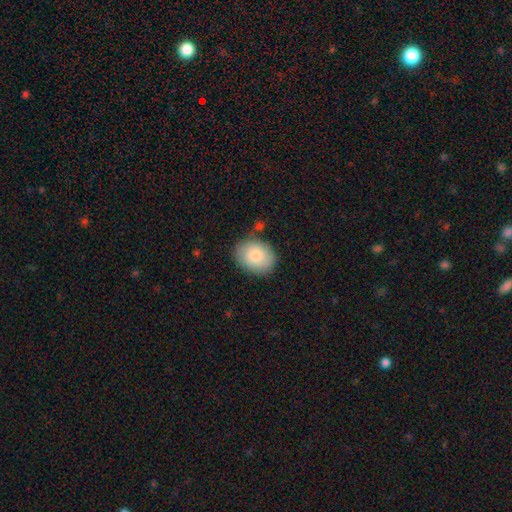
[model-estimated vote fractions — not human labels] smooth 81%, featured or disk 13%, star or artifact 6%. Down the decision tree: how rounded — in between (56%); merging — none (77%).